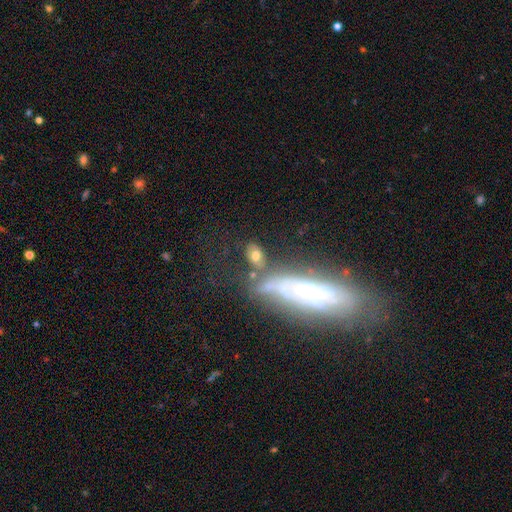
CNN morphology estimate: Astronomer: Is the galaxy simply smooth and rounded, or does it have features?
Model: smooth — 65%.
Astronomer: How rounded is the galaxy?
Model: in between — 86%.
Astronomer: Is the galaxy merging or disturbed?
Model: none — 57%.